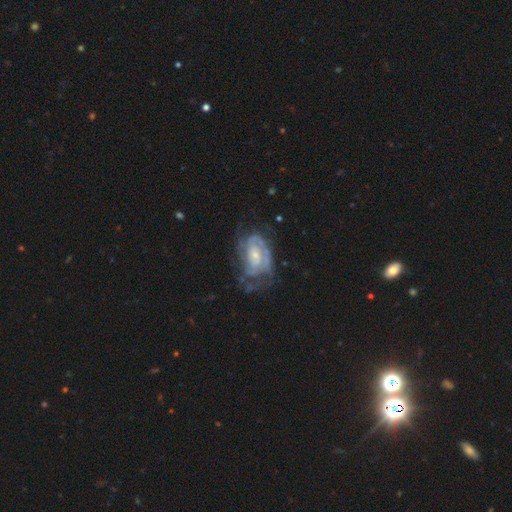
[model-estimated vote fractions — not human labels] A featured or disk galaxy (80%) with no bar (61%), can't tell (38%, tied with 2) tight (59%) spiral arms (87%) and a small central bulge (52%).

Vote fractions:
- Smooth or featured? featured or disk: 80% / smooth: 14% / star or artifact: 6%
- Edge-on disk? no: 97% / yes: 3%
- Bar? no: 61% / weak: 32% / strong: 7%
- Spiral arms? yes: 87% / no: 13%
- Spiral winding? tight: 59% / medium: 31% / loose: 10%
- Spiral arm count? can't tell: 38% (tied) / 2: 38% (tied) / 3: 11% / 1: 6% / 4: 4% / more than 4: 3%
- Bulge size? small: 52% / moderate: 37% / none: 6% / large: 4% / dominant: 1%
- Merging? none: 51% / minor disturbance: 25% / major disturbance: 22% / merger: 2%